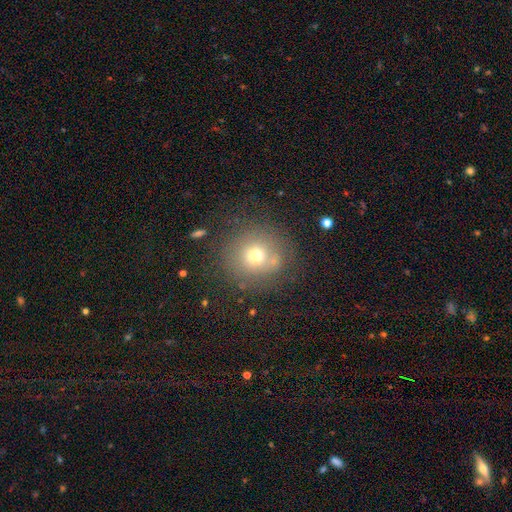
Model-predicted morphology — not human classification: Overall: smooth (65%). How rounded: round (91%). Merging: none (75%).